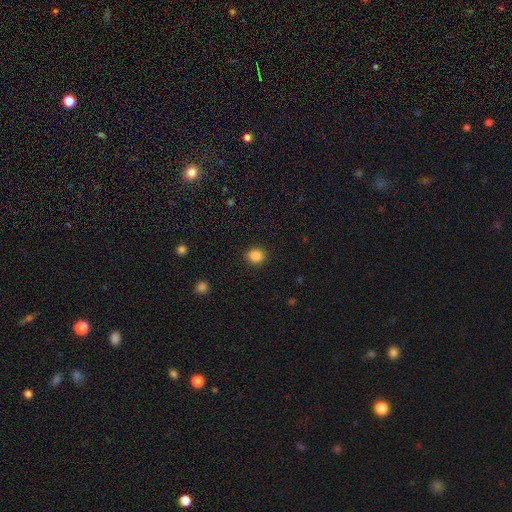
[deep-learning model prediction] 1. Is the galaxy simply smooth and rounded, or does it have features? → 85% smooth, 11% star or artifact, 4% featured or disk.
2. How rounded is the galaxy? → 79% round, 20% in between, 1% cigar-shaped.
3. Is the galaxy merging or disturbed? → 91% none, 6% minor disturbance, 2% major disturbance, 1% merger.